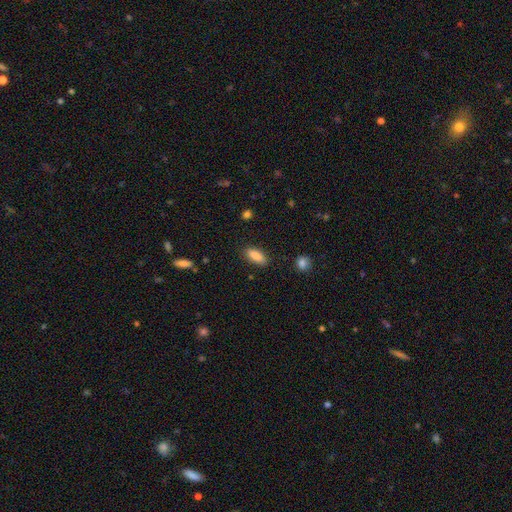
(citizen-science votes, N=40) Smooth or featured: smooth — 92% (star or artifact — 5%)
How rounded: in between — 81% (cigar-shaped — 11%)
Merging: none — 84% (minor disturbance — 13%)